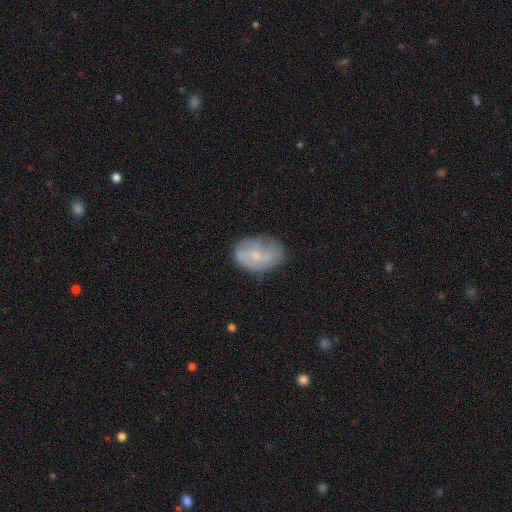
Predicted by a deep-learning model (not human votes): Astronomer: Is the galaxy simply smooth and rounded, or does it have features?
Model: featured or disk — 51% (runner-up: smooth, 41%).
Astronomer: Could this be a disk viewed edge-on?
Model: no — 97%.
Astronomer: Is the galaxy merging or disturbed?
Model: none — 62%.